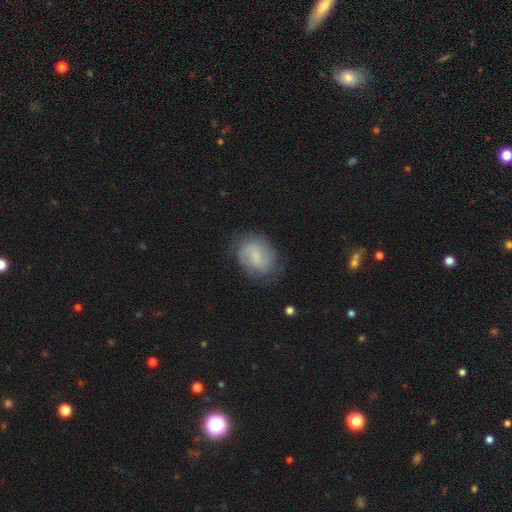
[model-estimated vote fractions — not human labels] The model was most divided on "smooth or featured": smooth: 56%, featured or disk: 36%, star or artifact: 9%. More confident: merging — none (68%); how rounded — in between (63%).